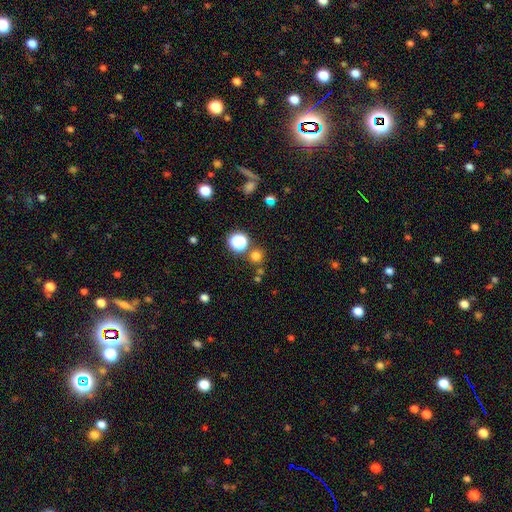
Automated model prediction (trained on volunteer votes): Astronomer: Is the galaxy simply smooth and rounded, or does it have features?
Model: smooth — 70%.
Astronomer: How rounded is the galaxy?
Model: round — 92%.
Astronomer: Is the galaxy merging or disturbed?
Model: none — 77%.